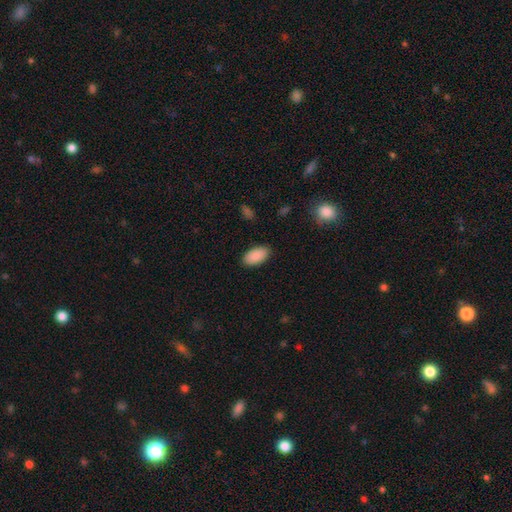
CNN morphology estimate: This appears to be a smooth galaxy with no disk features (90%) that is in between round and cigar-shaped (95%). Merging: none (88%).